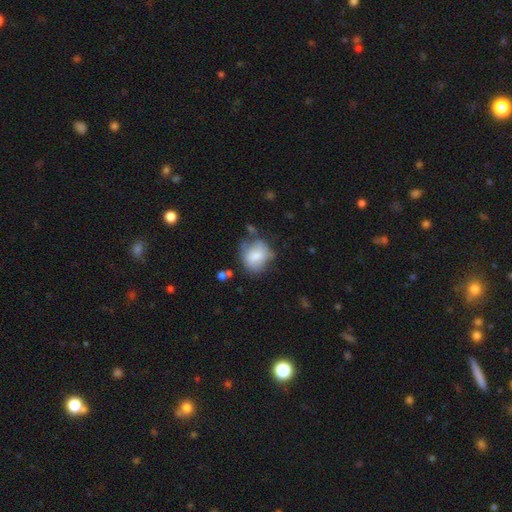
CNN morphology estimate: smooth-or-featured: smooth: 71% | featured or disk: 20% | star or artifact: 9%
  how-rounded: round: 62% | in between: 37% | cigar-shaped: 1%
  merging: none: 48% | minor disturbance: 30% | major disturbance: 14% | merger: 8%